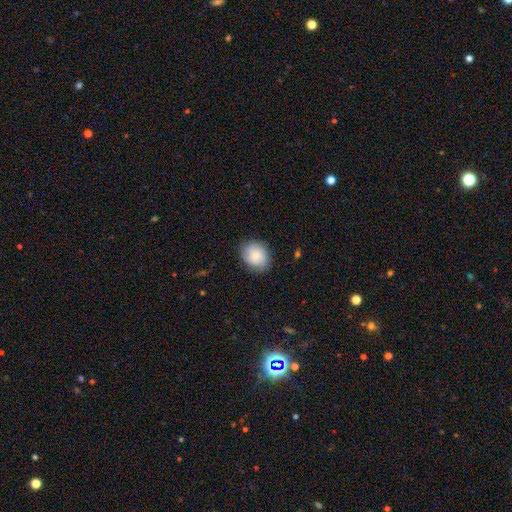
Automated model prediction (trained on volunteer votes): Q: Smooth or featured?
A: smooth (75%); runner-up: featured or disk (18%)
Q: How rounded?
A: round (62%); runner-up: in between (37%)
Q: Merging?
A: none (80%); runner-up: minor disturbance (15%)